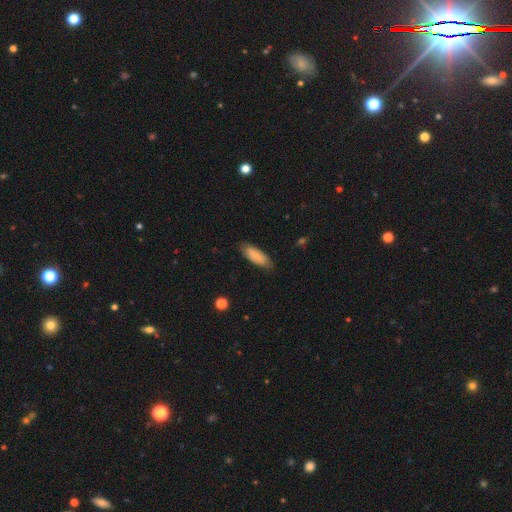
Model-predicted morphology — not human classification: smooth-or-featured: smooth: 83% | featured or disk: 11% | star or artifact: 6%
  how-rounded: in between: 67% | cigar-shaped: 32% | round: 2%
  merging: none: 81% | minor disturbance: 15% | major disturbance: 3% | merger: 1%